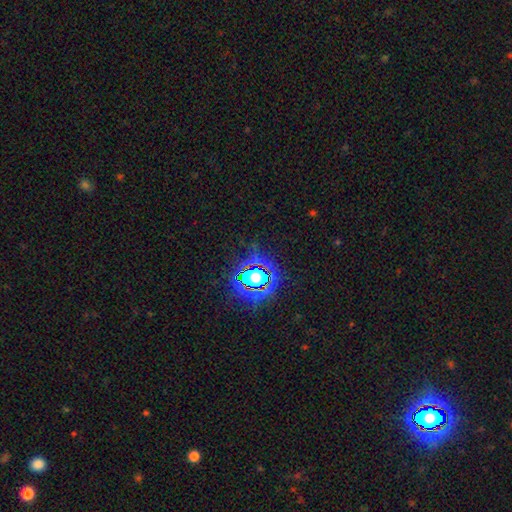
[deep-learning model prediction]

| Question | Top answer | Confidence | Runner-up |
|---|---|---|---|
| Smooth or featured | star or artifact | 80% | smooth (13%) |